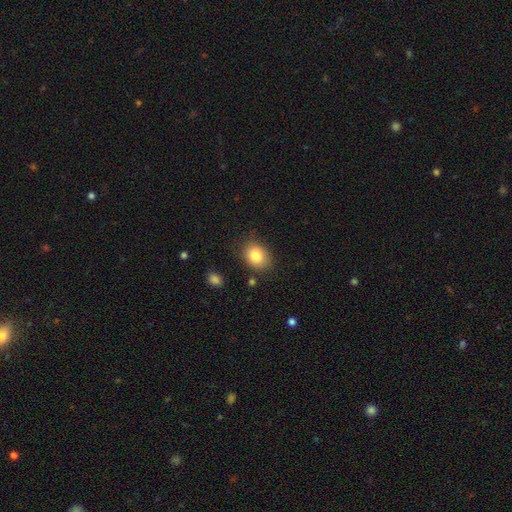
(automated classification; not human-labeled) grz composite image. It shows a smooth galaxy with no disk features (84%) that is in between round and cigar-shaped (55%). Merging: none (79%).